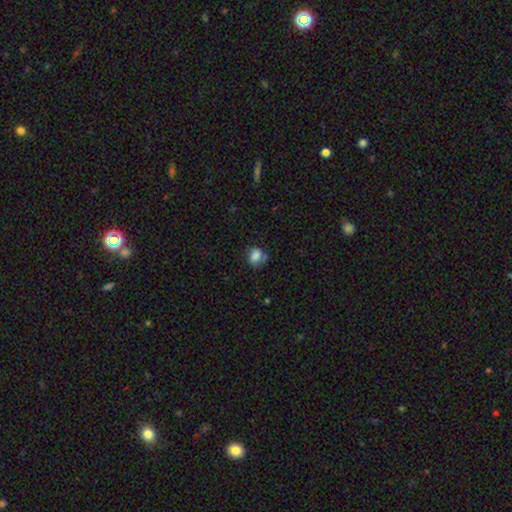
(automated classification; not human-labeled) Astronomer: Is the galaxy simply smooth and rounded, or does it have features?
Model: smooth — 77%.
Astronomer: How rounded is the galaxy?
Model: in between — 53% (runner-up: round, 46%).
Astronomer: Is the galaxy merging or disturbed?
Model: none — 51% (runner-up: minor disturbance, 29%).